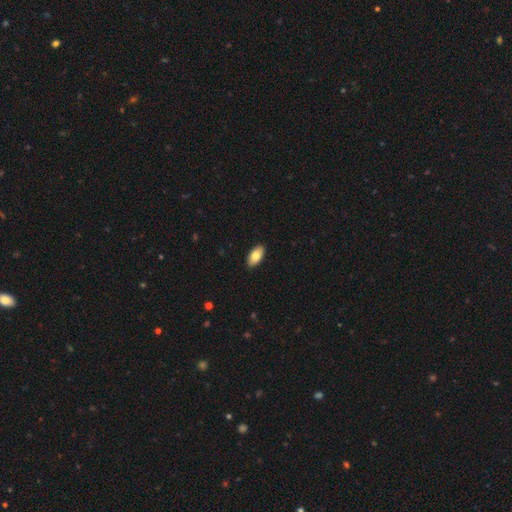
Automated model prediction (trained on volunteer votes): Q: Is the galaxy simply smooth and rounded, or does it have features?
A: smooth — 82%.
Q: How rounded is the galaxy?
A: in between — 93%.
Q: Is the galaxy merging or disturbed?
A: none — 90%.